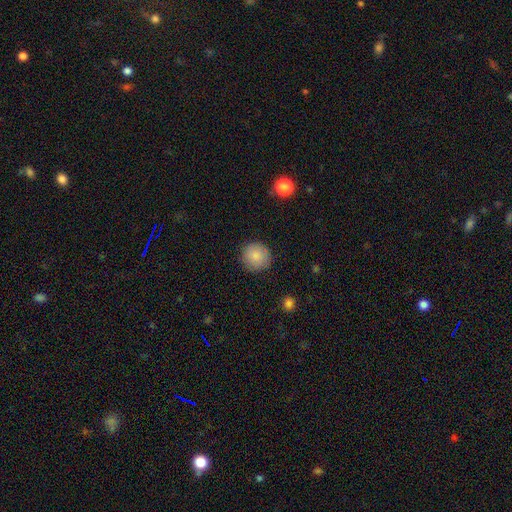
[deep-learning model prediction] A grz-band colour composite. It shows a smooth galaxy with no disk features (86%) that is round (93%). Merging: none (89%).